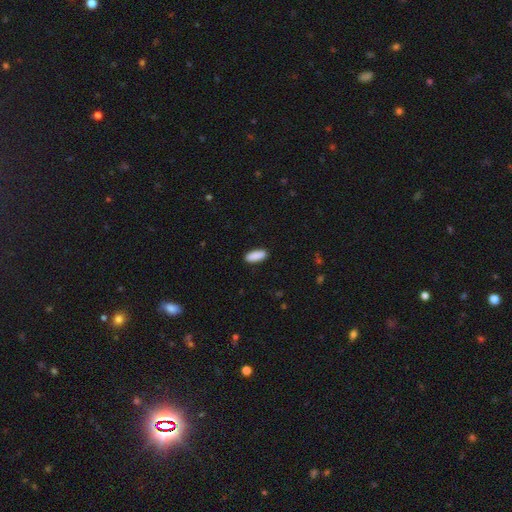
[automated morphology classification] smooth-or-featured: smooth: 91% | star or artifact: 6% | featured or disk: 3%
  how-rounded: in between: 75% | cigar-shaped: 24% | round: 2%
  merging: none: 90% | minor disturbance: 8% | major disturbance: 2% | merger: 1%